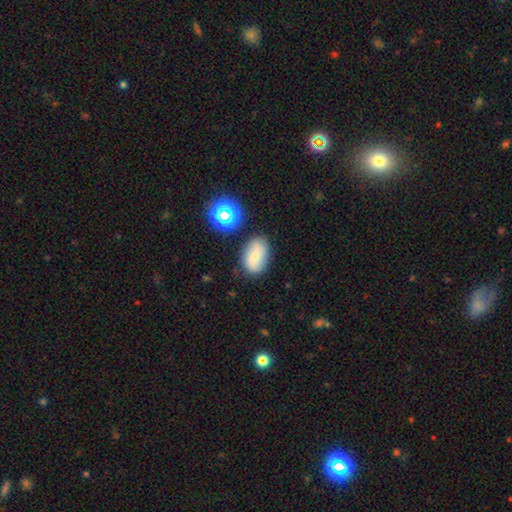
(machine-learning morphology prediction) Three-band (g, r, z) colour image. It shows a smooth galaxy with no disk features (65%) that is in between round and cigar-shaped (84%). Merging: none (71%).